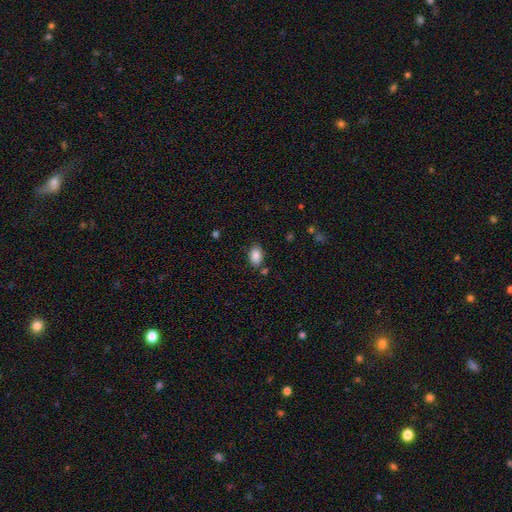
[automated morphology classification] Smooth or featured: smooth — 87% (star or artifact — 8%)
How rounded: in between — 89% (round — 10%)
Merging: none — 79% (minor disturbance — 13%)